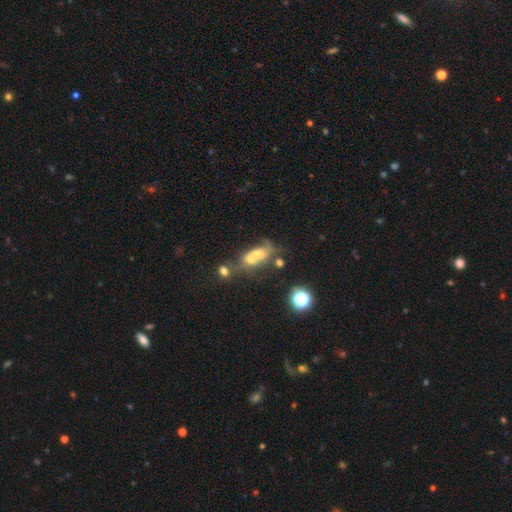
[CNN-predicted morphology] A smooth galaxy with no disk features (54%) that is in between round and cigar-shaped (63%). Merging: merger (67%).